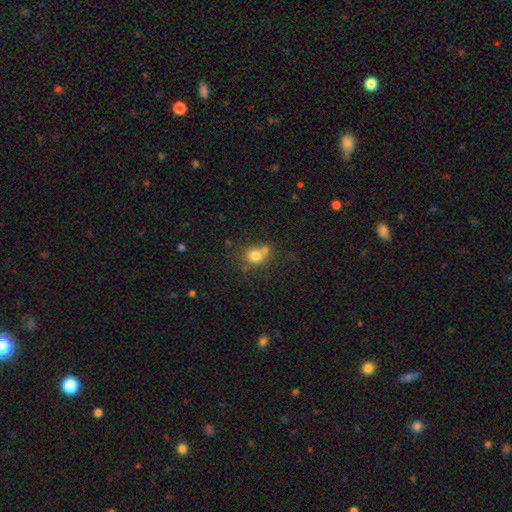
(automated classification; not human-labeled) smooth-or-featured: smooth: 76% | featured or disk: 12% | star or artifact: 12%
  how-rounded: round: 69% | in between: 30% | cigar-shaped: 1%
  merging: none: 45% | merger: 37% | minor disturbance: 13% | major disturbance: 5%